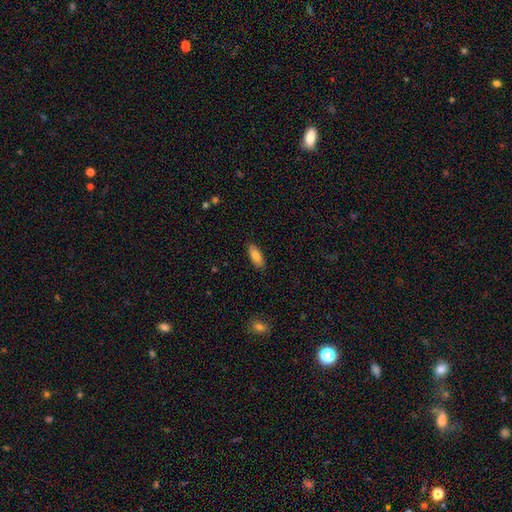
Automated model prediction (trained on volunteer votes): Smooth or featured? Predicted: smooth (p=0.82). How rounded? Predicted: in between (p=0.77). Merging? Predicted: none (p=0.88).